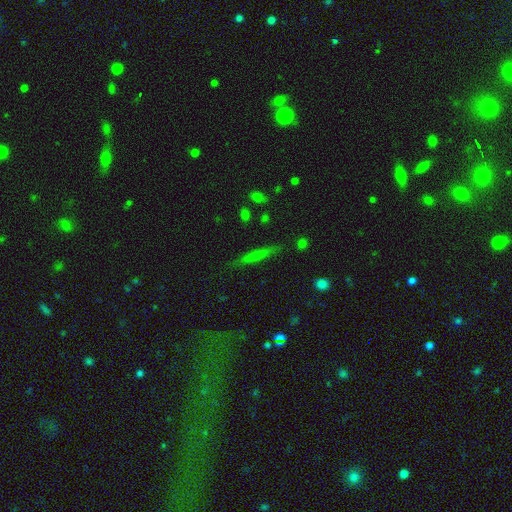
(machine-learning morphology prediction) Q: Smooth or featured?
A: featured or disk (52%); runner-up: smooth (36%)
Q: Edge-on disk?
A: yes (93%); runner-up: no (7%)
Q: Merging?
A: none (86%); runner-up: minor disturbance (10%)